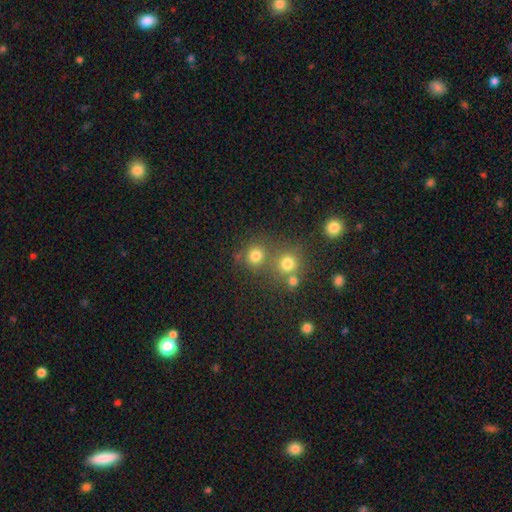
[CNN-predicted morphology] Smooth or featured? smooth (76%)
How rounded? round (87%)
Merging? none (61%)